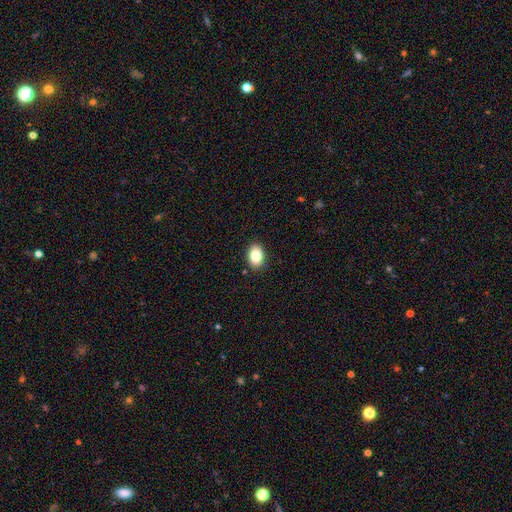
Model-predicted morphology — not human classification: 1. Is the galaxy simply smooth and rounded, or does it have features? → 84% smooth, 8% star or artifact, 8% featured or disk.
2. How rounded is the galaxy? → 79% in between, 20% round, 1% cigar-shaped.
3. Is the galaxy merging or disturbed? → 89% none, 8% minor disturbance, 2% major disturbance, 1% merger.